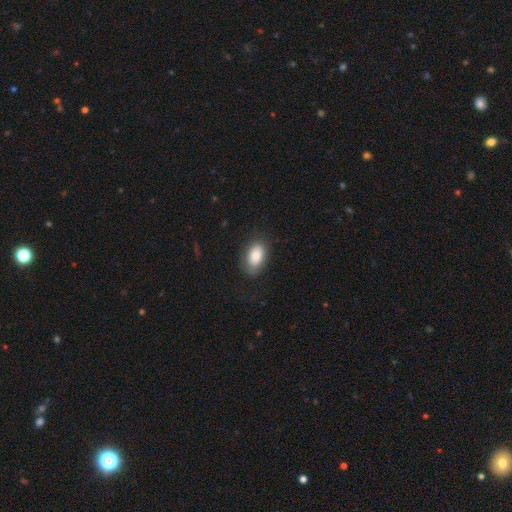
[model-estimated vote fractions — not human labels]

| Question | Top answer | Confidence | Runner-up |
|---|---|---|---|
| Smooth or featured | smooth | 81% | featured or disk (12%) |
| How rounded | in between | 91% | round (8%) |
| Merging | none | 76% | minor disturbance (16%) |